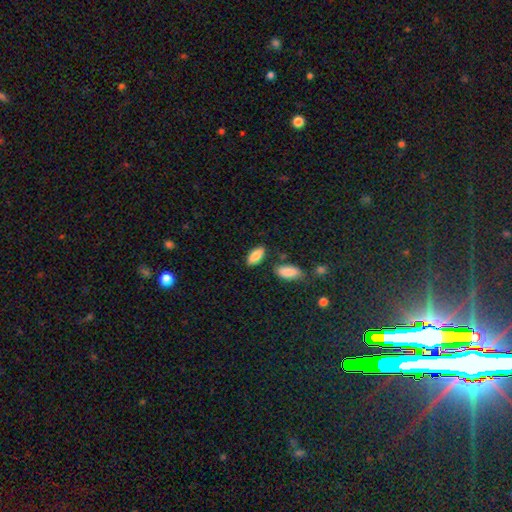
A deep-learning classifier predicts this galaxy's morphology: Smooth or featured? Predicted: smooth (p=0.85). How rounded? Predicted: in between (p=0.88). Merging? Predicted: none (p=0.80).